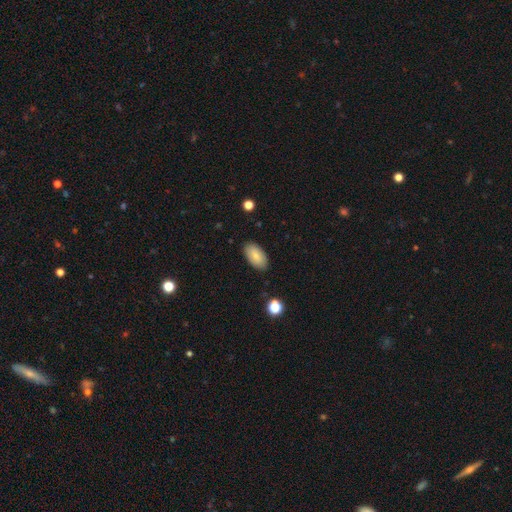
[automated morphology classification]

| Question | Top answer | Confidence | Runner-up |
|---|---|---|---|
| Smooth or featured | smooth | 80% | featured or disk (13%) |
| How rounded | in between | 95% | round (3%) |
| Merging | none | 86% | minor disturbance (11%) |